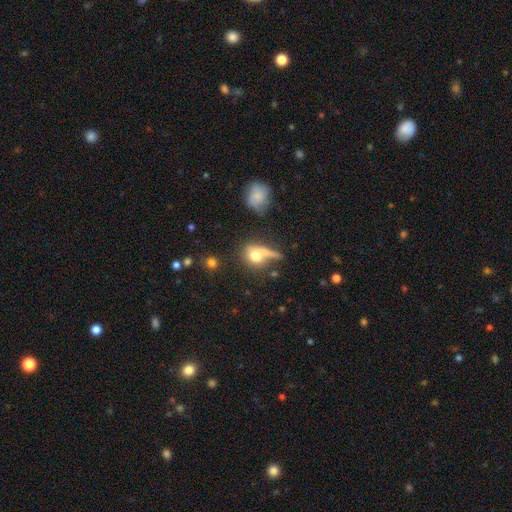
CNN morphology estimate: This appears to be a smooth galaxy with no disk features (71%) that is round (60%). Merging: none (41%).